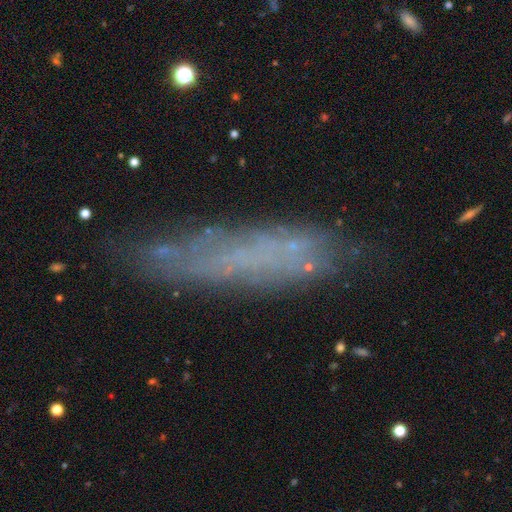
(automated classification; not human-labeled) smooth-or-featured: smooth: 44% | featured or disk: 40% | star or artifact: 16%
  merging: none: 68% | minor disturbance: 20% | major disturbance: 9% | merger: 3%